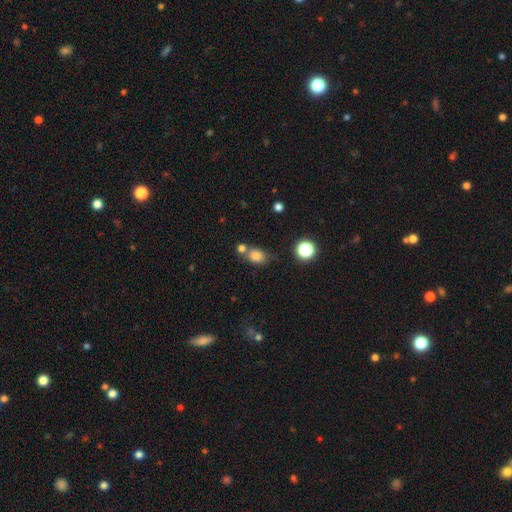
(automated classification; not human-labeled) Smooth or featured: smooth — 80% (star or artifact — 13%)
How rounded: in between — 65% (round — 33%)
Merging: none — 58% (merger — 24%)